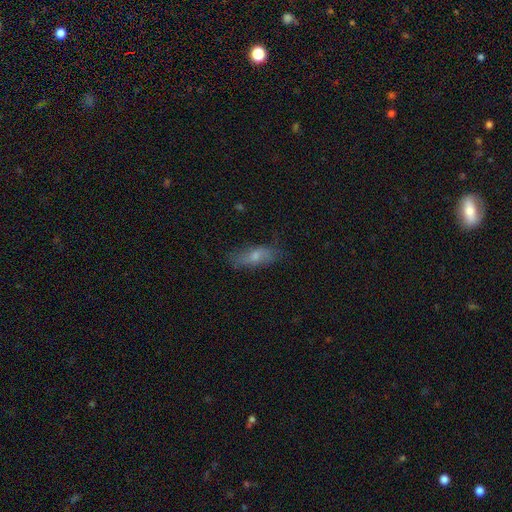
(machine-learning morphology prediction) Smooth or featured?
  - smooth: 55% *
  - featured or disk: 34%
  - star or artifact: 11%
How rounded?
  - in between: 55% *
  - cigar-shaped: 41%
  - round: 4%
Merging?
  - none: 75% *
  - minor disturbance: 18%
  - major disturbance: 5%
  - merger: 1%